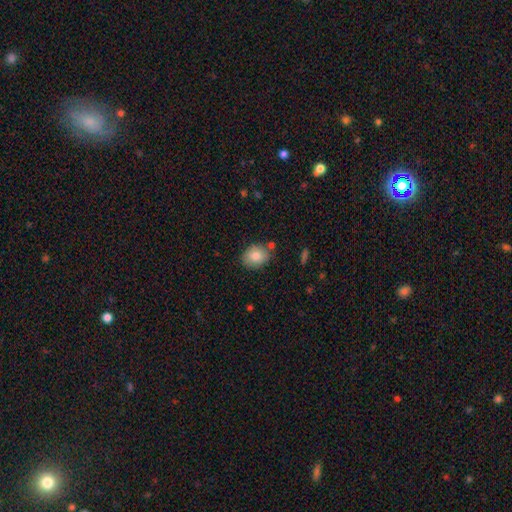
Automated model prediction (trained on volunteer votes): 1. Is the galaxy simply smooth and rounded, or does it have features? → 83% smooth, 9% featured or disk, 8% star or artifact.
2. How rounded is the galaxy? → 56% in between, 43% round, 1% cigar-shaped.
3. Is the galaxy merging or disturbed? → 79% none, 14% minor disturbance, 5% merger, 3% major disturbance.